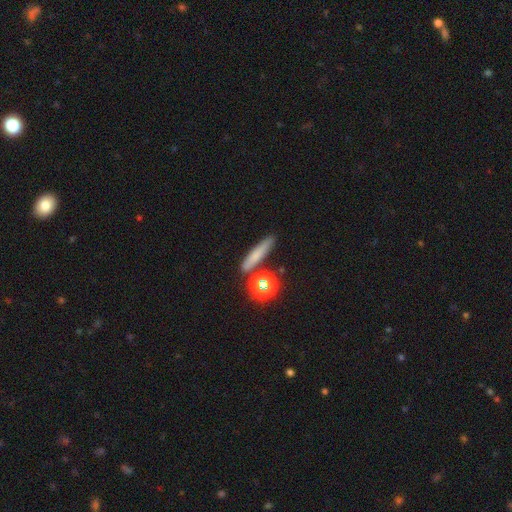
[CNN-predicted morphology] Smooth or featured? smooth (68%)
How rounded? cigar-shaped (74%)
Merging? none (80%)